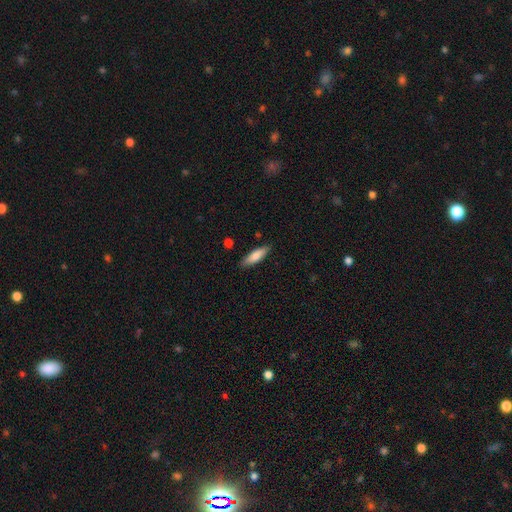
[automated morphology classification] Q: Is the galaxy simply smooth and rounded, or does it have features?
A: smooth — 81%.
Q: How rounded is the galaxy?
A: cigar-shaped — 54%.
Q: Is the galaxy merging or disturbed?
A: none — 85%.